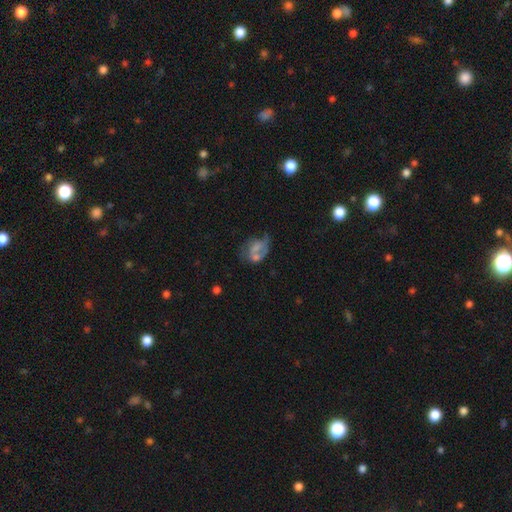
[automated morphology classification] The model was most divided on "merging": none: 31%, major disturbance: 26%, merger: 24%, minor disturbance: 19%. Remaining: smooth or featured — featured or disk (48%).